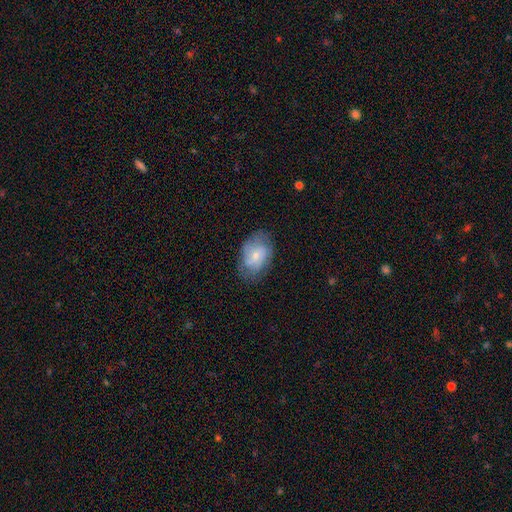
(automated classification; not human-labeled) A smooth galaxy with no disk features (50%). Merging: none (67%).